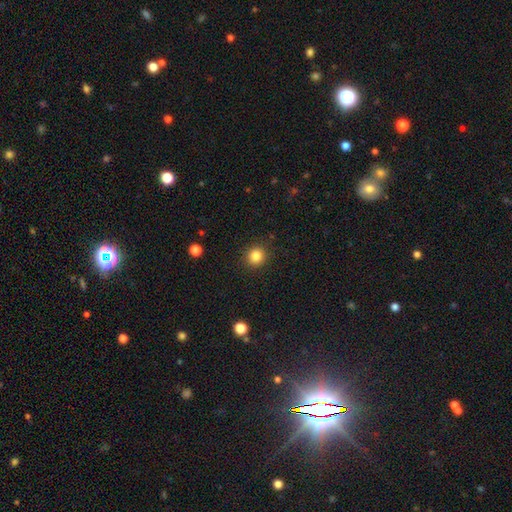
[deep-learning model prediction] A smooth galaxy with no disk features (84%) that is round (89%). Merging: none (91%).